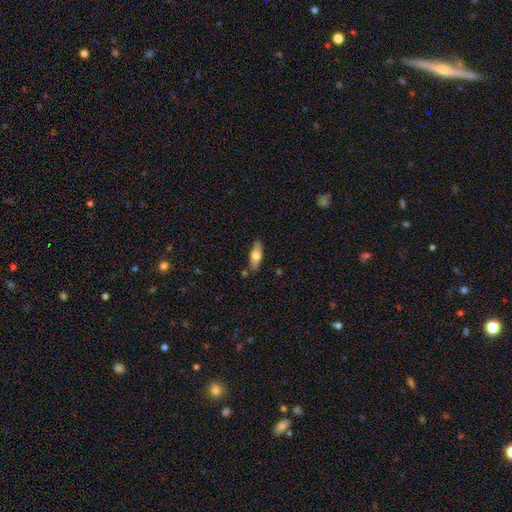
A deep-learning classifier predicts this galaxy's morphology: Smooth or featured: smooth — 59% (featured or disk — 35%)
How rounded: in between — 64% (cigar-shaped — 33%)
Merging: none — 82% (minor disturbance — 12%)